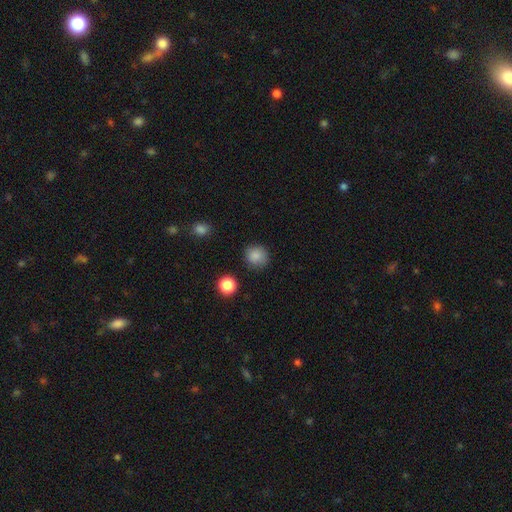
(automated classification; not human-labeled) smooth_or_featured: smooth (p=0.86) [alt: star or artifact p=0.10]
how_rounded: round (p=0.90) [alt: in between p=0.09]
merging: none (p=0.85) [alt: minor disturbance p=0.10]